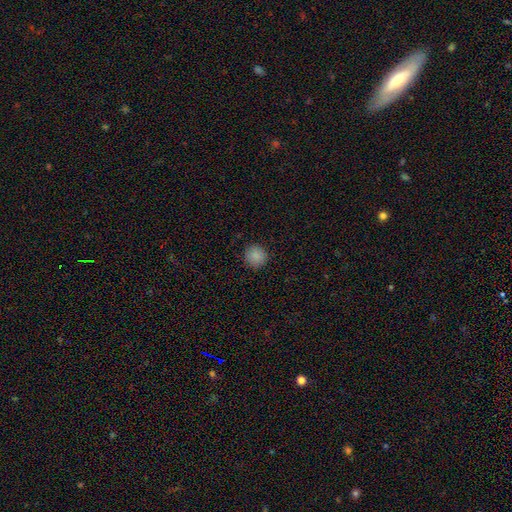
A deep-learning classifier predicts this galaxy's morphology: type=smooth (87%); roundness=round (93%); merging=none (90%).